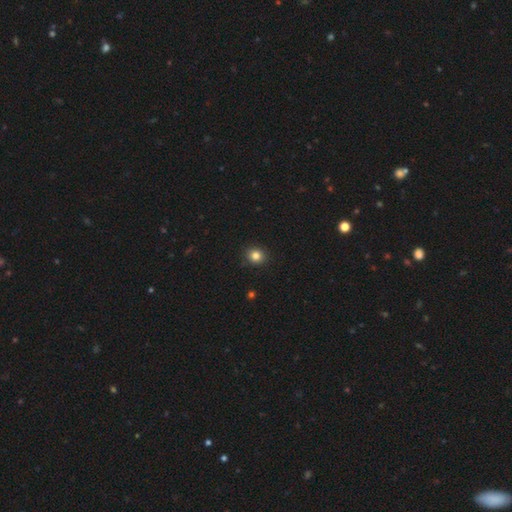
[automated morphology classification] smooth_or_featured: smooth (p=0.83) [alt: star or artifact p=0.12]
how_rounded: round (p=0.82) [alt: in between p=0.18]
merging: none (p=0.91) [alt: minor disturbance p=0.07]